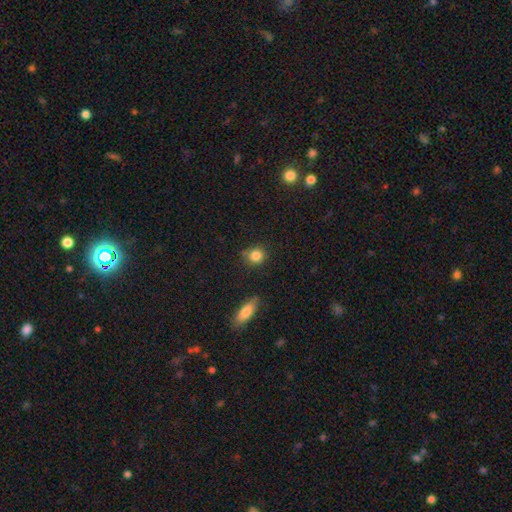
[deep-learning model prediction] Overall: smooth (84%). How rounded: round (81%). Merging: none (77%).